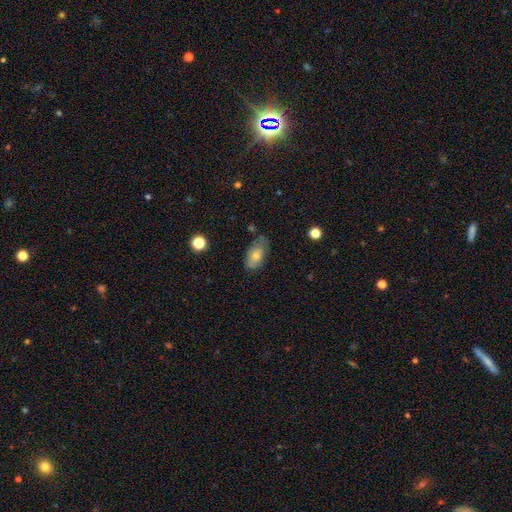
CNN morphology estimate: Smooth or featured? Predicted: smooth (p=0.56). How rounded? Predicted: in between (p=0.89). Merging? Predicted: none (p=0.67).